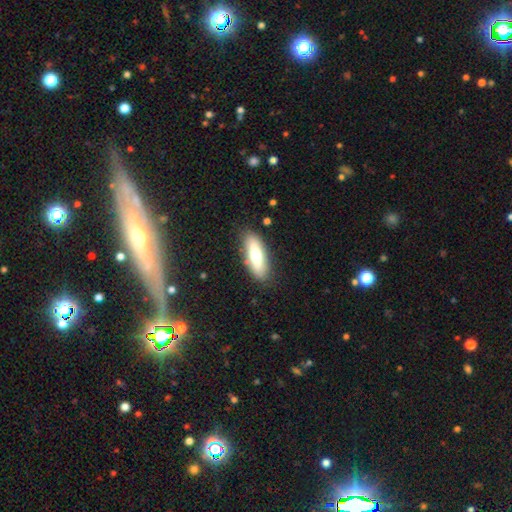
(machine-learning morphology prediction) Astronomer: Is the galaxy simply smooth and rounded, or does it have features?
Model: smooth — 63%.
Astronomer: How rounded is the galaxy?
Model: in between — 61%.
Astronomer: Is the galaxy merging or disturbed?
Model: none — 83%.